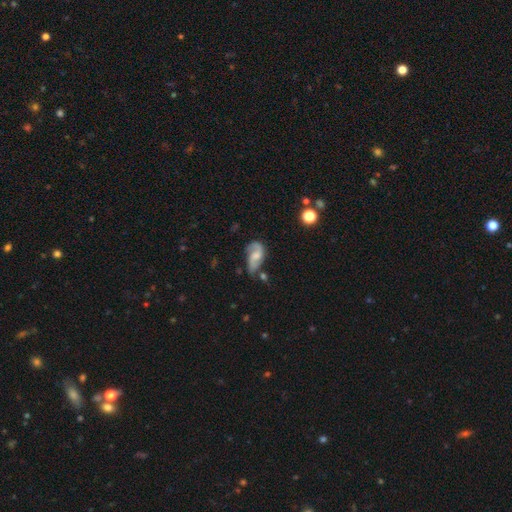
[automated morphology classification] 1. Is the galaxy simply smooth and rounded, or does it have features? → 66% featured or disk, 26% smooth, 8% star or artifact.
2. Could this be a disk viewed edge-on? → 96% no, 4% yes.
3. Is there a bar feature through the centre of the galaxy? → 53% no, 39% weak, 8% strong.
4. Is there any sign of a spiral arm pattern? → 89% yes, 11% no.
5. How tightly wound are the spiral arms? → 49% loose, 38% medium, 13% tight.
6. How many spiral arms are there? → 76% 2, 13% 1, 7% can't tell, 1% 3, 1% 4, 1% more than 4.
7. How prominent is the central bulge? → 42% moderate, 31% small, 17% none, 8% large, 2% dominant.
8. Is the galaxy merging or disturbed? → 42% none, 29% minor disturbance, 19% major disturbance, 10% merger.